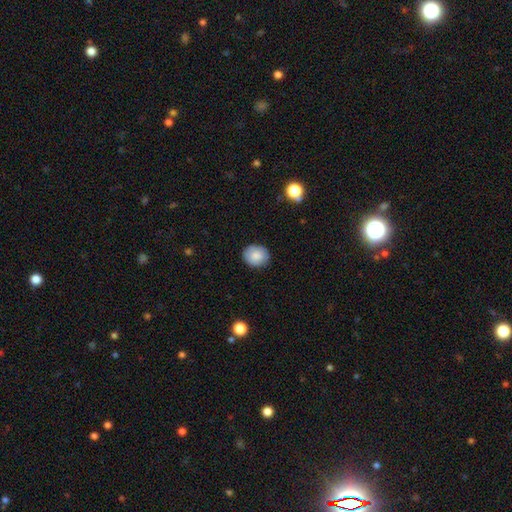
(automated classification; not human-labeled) Overall: smooth (85%). How rounded: round (69%; in between 30%). Merging: none (87%).